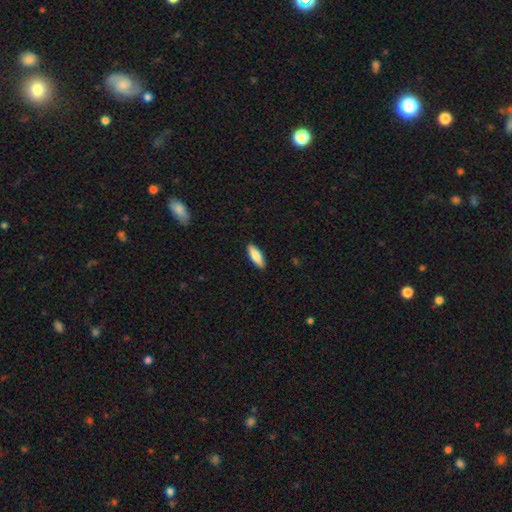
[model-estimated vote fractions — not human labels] A smooth galaxy with no disk features (82%) that is in between round and cigar-shaped (54%). Merging: none (90%).